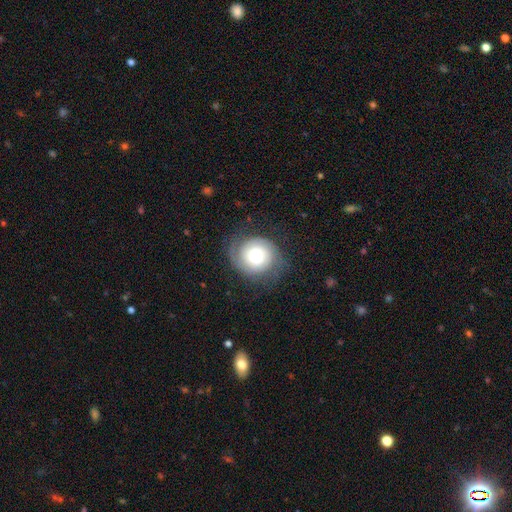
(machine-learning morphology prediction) Smooth or featured?
  - featured or disk: 63% *
  - smooth: 29%
  - star or artifact: 8%
Edge-on disk?
  - no: 98% *
  - yes: 2%
Bar?
  - no: 65% *
  - weak: 29%
  - strong: 7%
Spiral arms?
  - yes: 91% *
  - no: 9%
Spiral winding?
  - tight: 52% *
  - medium: 35%
  - loose: 13%
Spiral arm count?
  - 2: 73% *
  - can't tell: 11%
  - 1: 7%
  - 3: 5%
  - 4: 2%
  - more than 4: 2%
Bulge size?
  - moderate: 44% *
  - large: 35%
  - small: 10%
  - dominant: 8%
  - none: 2%
Merging?
  - none: 72% *
  - minor disturbance: 17%
  - major disturbance: 10%
  - merger: 1%